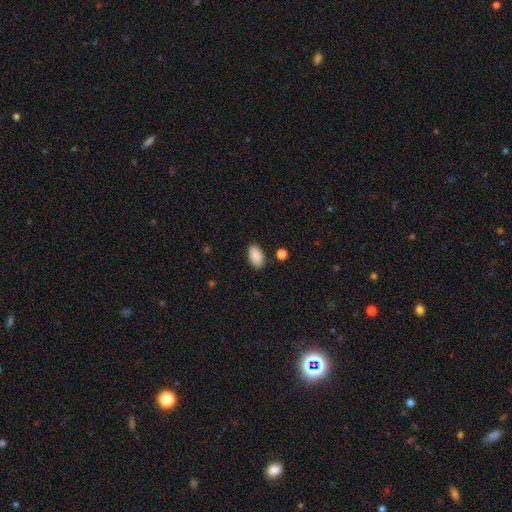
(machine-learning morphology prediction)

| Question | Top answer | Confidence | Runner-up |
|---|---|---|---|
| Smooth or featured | smooth | 90% | star or artifact (7%) |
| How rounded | in between | 94% | round (4%) |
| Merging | none | 85% | minor disturbance (10%) |